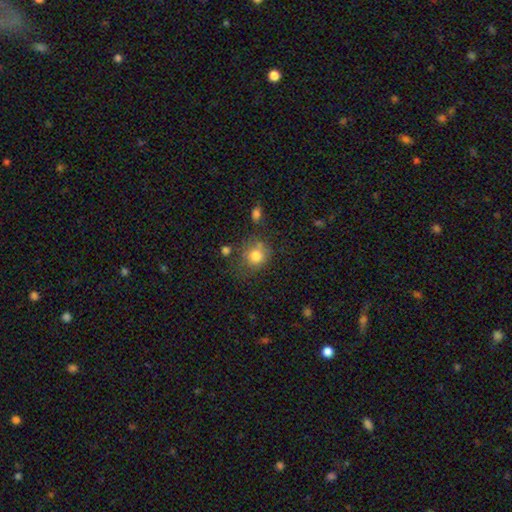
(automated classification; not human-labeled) smooth_or_featured: smooth (p=0.79) [alt: star or artifact p=0.11]
how_rounded: round (p=0.77) [alt: in between p=0.22]
merging: none (p=0.56) [alt: minor disturbance p=0.23]